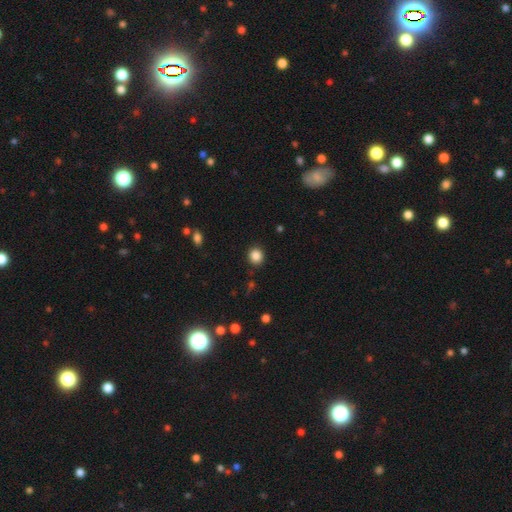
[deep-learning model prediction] smooth 86%, star or artifact 11%, featured or disk 4%. Down the decision tree: how rounded — round (86%); merging — none (90%).